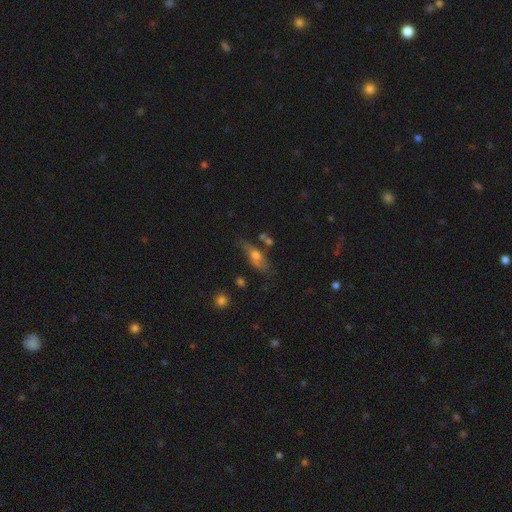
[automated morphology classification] Overall: smooth (53%; featured or disk 39%). How rounded: in between (61%; cigar-shaped 34%). Merging: none (58%; minor disturbance 24%).